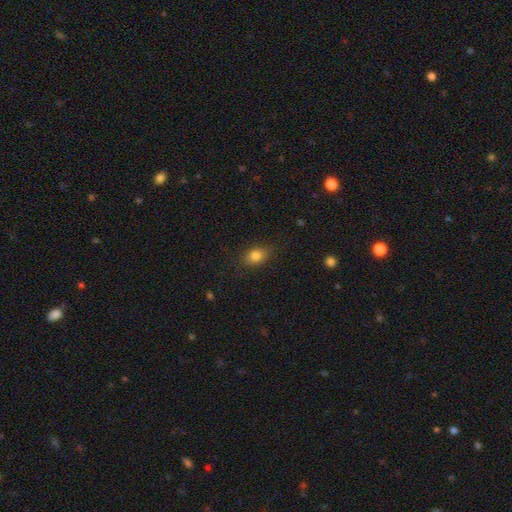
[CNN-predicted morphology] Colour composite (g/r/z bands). It shows a smooth galaxy with no disk features (82%) that is in between round and cigar-shaped (71%). Merging: none (83%).